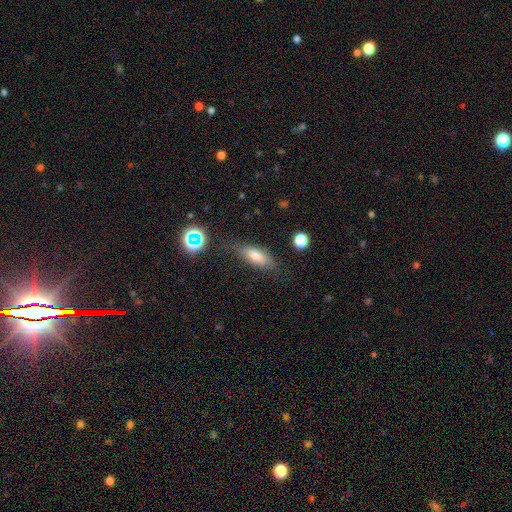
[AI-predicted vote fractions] The model was most divided on "how rounded": in between: 61%, cigar-shaped: 35%, round: 4%. More confident: merging — none (75%); smooth or featured — smooth (70%).